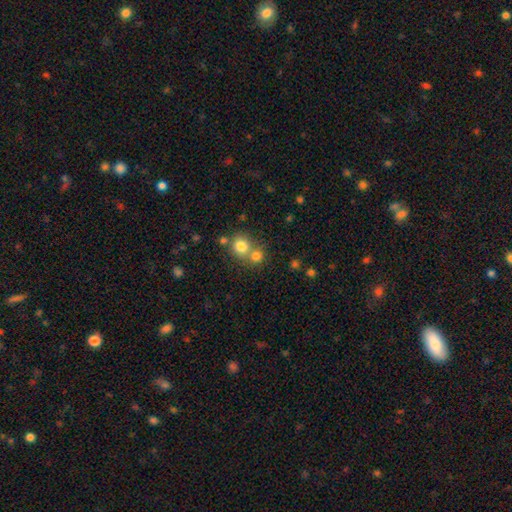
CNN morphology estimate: type=smooth (54%); roundness=round (78%); merging=none (51%).